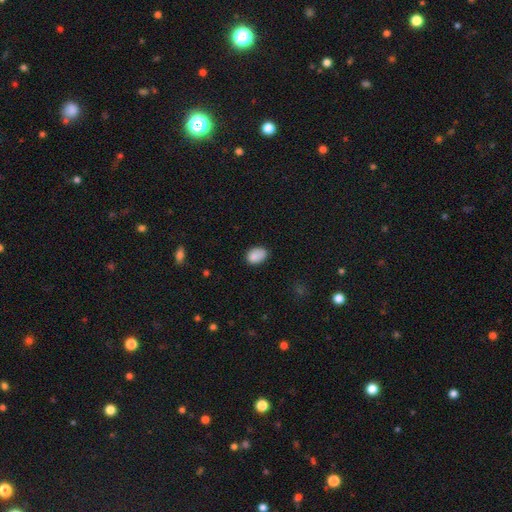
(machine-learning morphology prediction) Smooth or featured? smooth (87%)
How rounded? in between (80%)
Merging? none (71%)